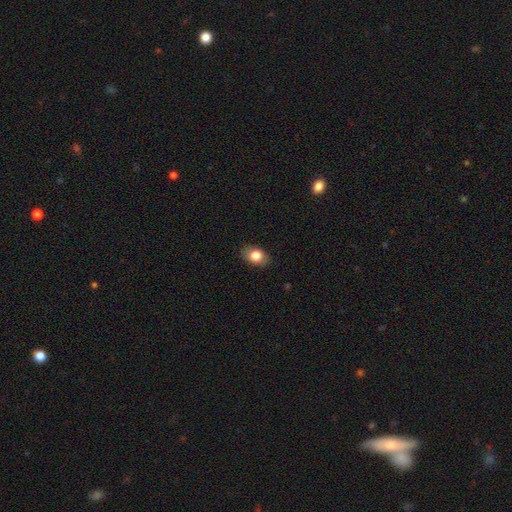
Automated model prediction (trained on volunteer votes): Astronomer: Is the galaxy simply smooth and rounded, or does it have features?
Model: smooth — 81%.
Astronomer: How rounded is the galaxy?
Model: in between — 78%.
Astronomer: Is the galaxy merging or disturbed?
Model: none — 86%.